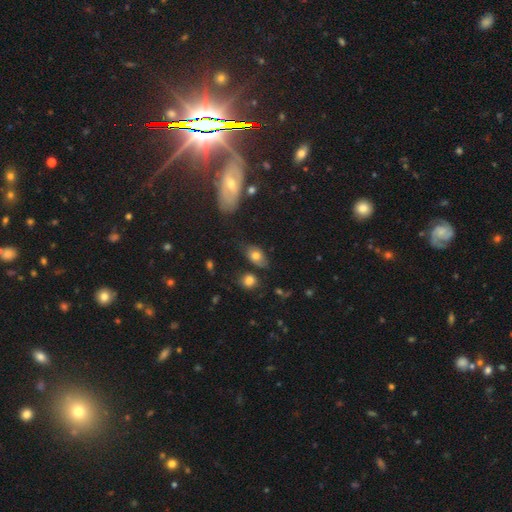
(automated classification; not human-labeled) Overall: smooth (72%). How rounded: in between (87%). Merging: none (64%).